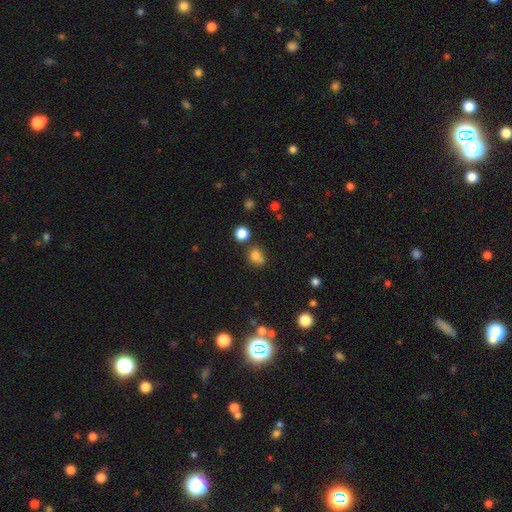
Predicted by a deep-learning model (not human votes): Morphology: type=smooth (75%); roundness=round (65%); merging=none (47%).